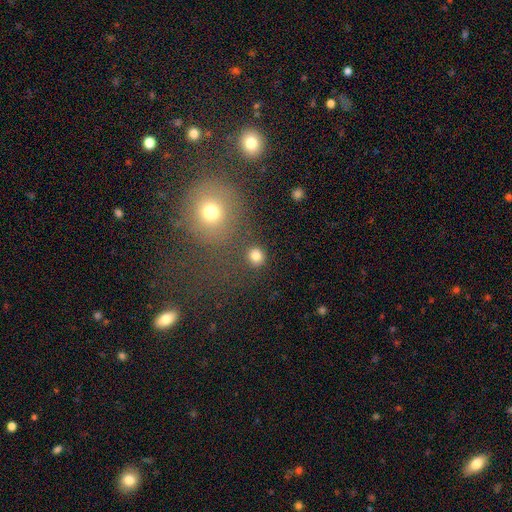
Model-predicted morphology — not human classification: Q: Smooth or featured?
A: smooth (82%); runner-up: star or artifact (13%)
Q: How rounded?
A: round (88%); runner-up: in between (11%)
Q: Merging?
A: none (85%); runner-up: minor disturbance (7%)